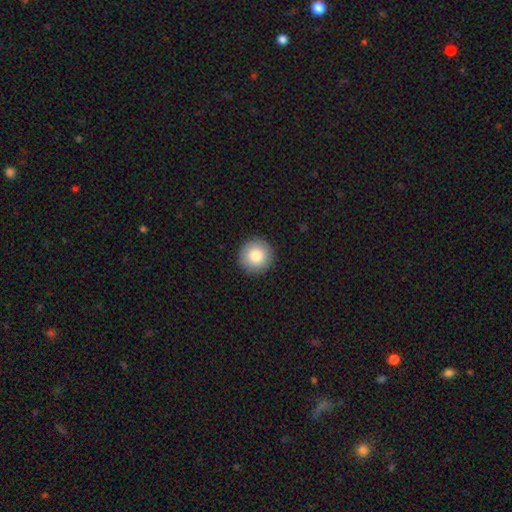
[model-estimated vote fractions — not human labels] Smooth or featured? Predicted: smooth (p=0.83). How rounded? Predicted: round (p=0.95). Merging? Predicted: none (p=0.92).